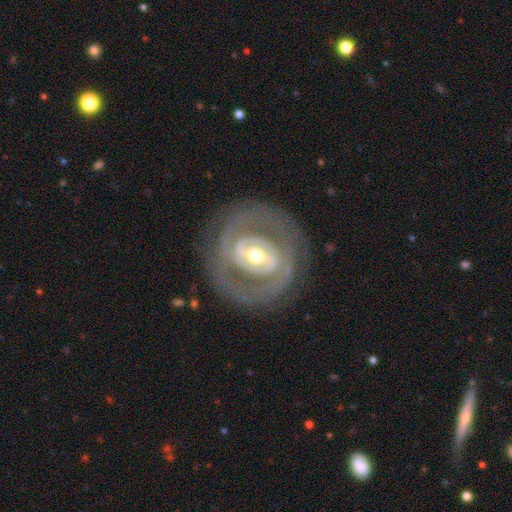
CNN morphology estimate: A featured or disk galaxy (81%) with a weak bar (36%, tied with strong), 2 (53%) tight (63%) spiral arms (65%) and a moderate central bulge (67%).

Vote fractions:
- Smooth or featured? featured or disk: 81% / smooth: 14% / star or artifact: 5%
- Edge-on disk? no: 96% / yes: 4%
- Bar? weak: 36% (tied) / strong: 36% (tied) / no: 28%
- Spiral arms? yes: 65% / no: 35%
- Spiral winding? tight: 63% / medium: 27% / loose: 10%
- Spiral arm count? 2: 53% / can't tell: 27% / 3: 8% / 1: 6% / 4: 3% / more than 4: 3%
- Bulge size? moderate: 67% / small: 20% / large: 11% / dominant: 1% / none: 1%
- Merging? none: 78% / minor disturbance: 13% / major disturbance: 8% / merger: 1%